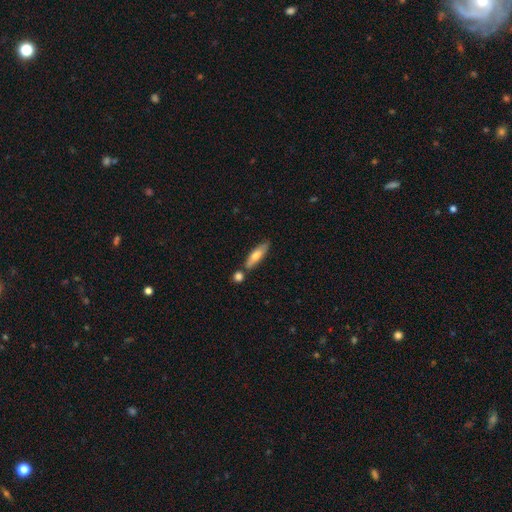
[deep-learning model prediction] The model was most divided on "how rounded": cigar-shaped: 66%, in between: 32%, round: 2%. More confident: merging — none (68%); smooth or featured — smooth (64%).